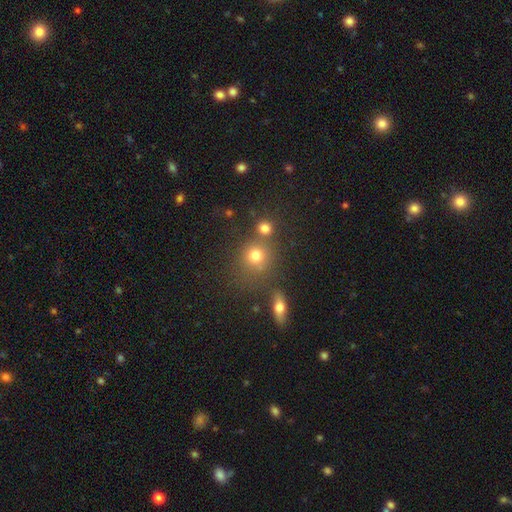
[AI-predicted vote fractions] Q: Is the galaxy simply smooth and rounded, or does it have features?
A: smooth — 76%.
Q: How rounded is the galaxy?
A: round — 84%.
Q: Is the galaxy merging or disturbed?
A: none — 61%.